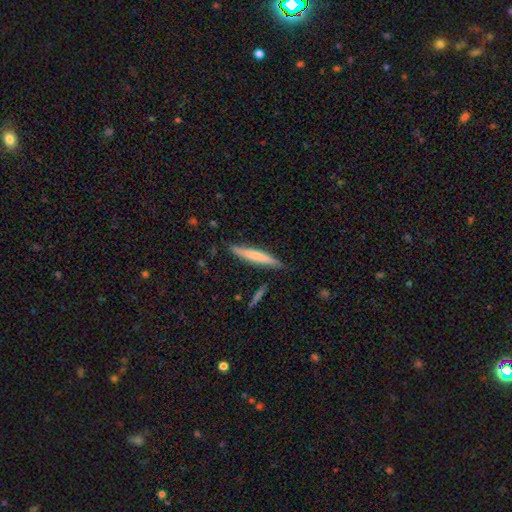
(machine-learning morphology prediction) The model was most divided on "smooth or featured": smooth: 60%, featured or disk: 35%, star or artifact: 6%. More confident: how rounded — cigar-shaped (93%); merging — none (83%).